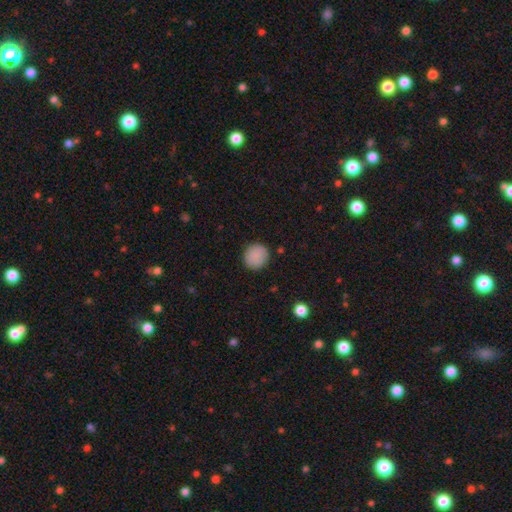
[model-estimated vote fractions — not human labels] Smooth or featured? Predicted: smooth (p=0.88). How rounded? Predicted: round (p=0.90). Merging? Predicted: none (p=0.88).